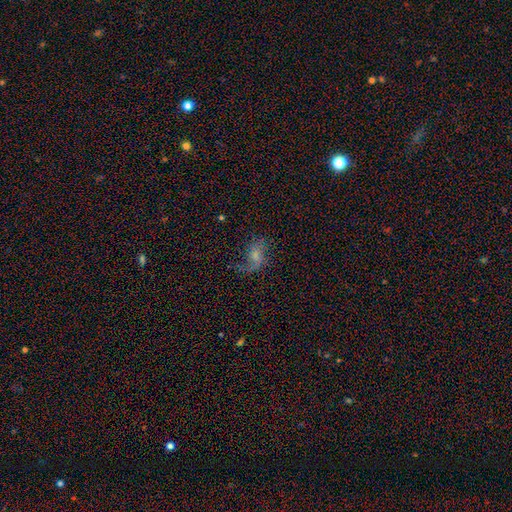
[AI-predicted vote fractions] smooth_or_featured: featured or disk (p=0.61) [alt: smooth p=0.26]
disk_edge_on: no (p=0.96) [alt: yes p=0.04]
bar: no (p=0.57) [alt: weak p=0.36]
has_spiral_arms: yes (p=0.87) [alt: no p=0.13]
spiral_winding: loose (p=0.75) [alt: medium p=0.20]
spiral_arm_count: 2 (p=0.58) [alt: 1 p=0.34]
bulge_size: small (p=0.41) [alt: moderate p=0.36]
merging: none (p=0.51) [alt: major disturbance p=0.26]